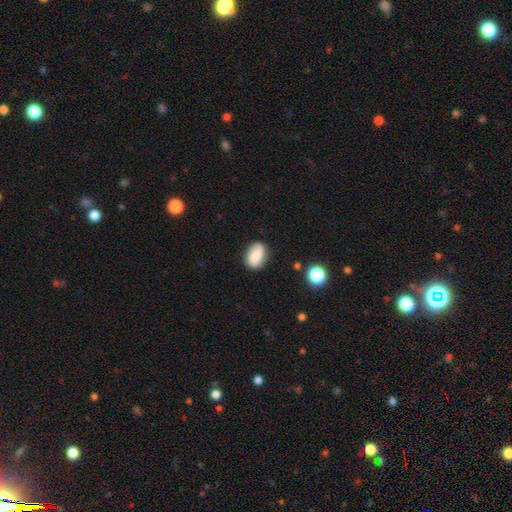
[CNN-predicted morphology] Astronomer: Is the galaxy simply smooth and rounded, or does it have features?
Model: smooth — 58%.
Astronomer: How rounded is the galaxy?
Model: in between — 74%.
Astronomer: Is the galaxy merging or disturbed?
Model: none — 80%.